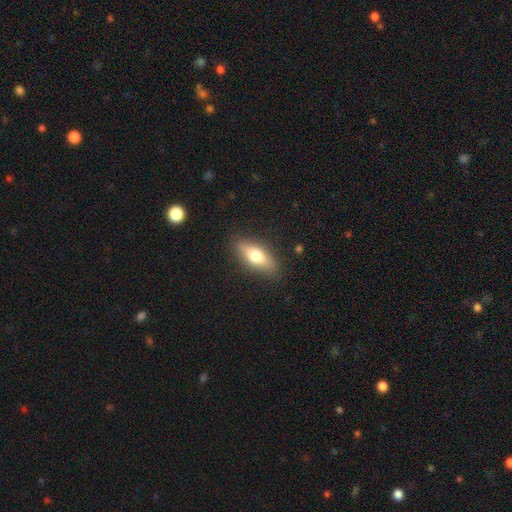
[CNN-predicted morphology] Smooth or featured? Predicted: smooth (p=0.64). How rounded? Predicted: in between (p=0.63). Merging? Predicted: none (p=0.87).